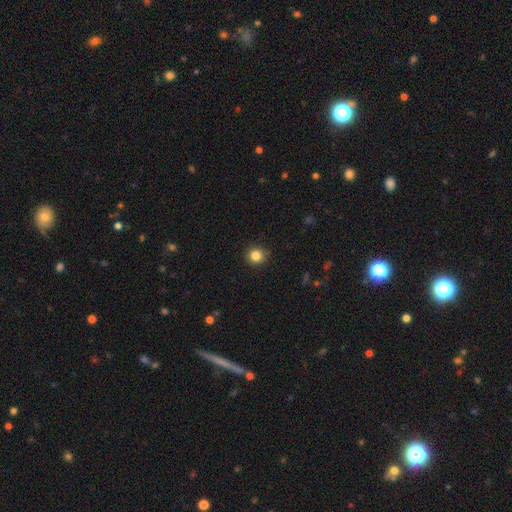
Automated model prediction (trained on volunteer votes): smooth 84%, star or artifact 11%, featured or disk 5%. Down the decision tree: how rounded — round (91%); merging — none (90%).